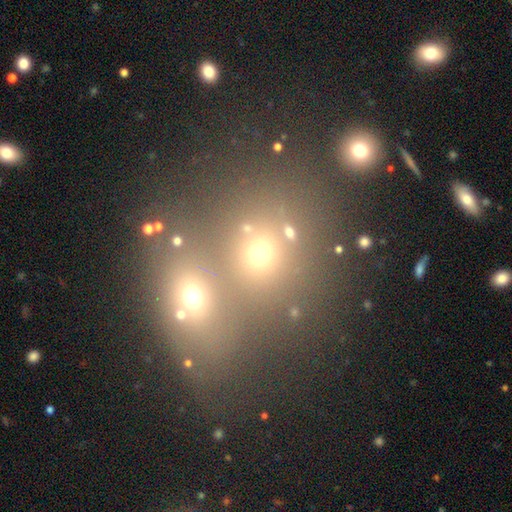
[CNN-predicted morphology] The model was most divided on "merging": merger: 51%, none: 38%, minor disturbance: 7%, major disturbance: 4%. More confident: how rounded — round (73%); smooth or featured — smooth (62%).